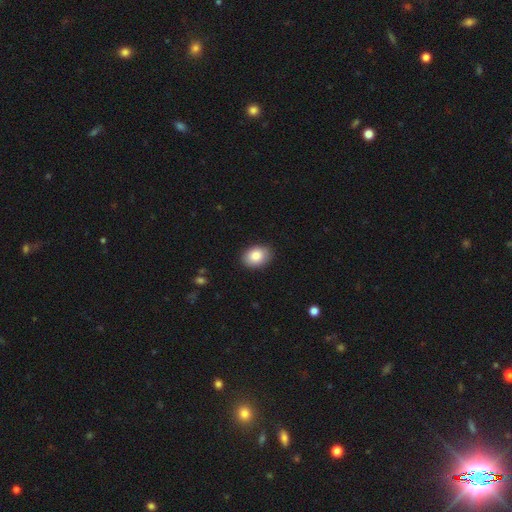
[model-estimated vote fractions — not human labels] smooth-or-featured: smooth: 85% | featured or disk: 8% | star or artifact: 7%
  how-rounded: in between: 73% | round: 26% | cigar-shaped: 1%
  merging: none: 88% | minor disturbance: 9% | major disturbance: 2% | merger: 1%